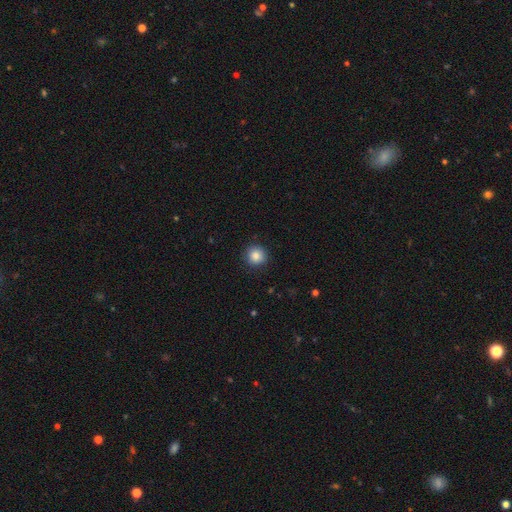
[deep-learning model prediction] smooth_or_featured: smooth (p=0.85) [alt: star or artifact p=0.10]
how_rounded: round (p=0.94) [alt: in between p=0.05]
merging: none (p=0.91) [alt: minor disturbance p=0.06]